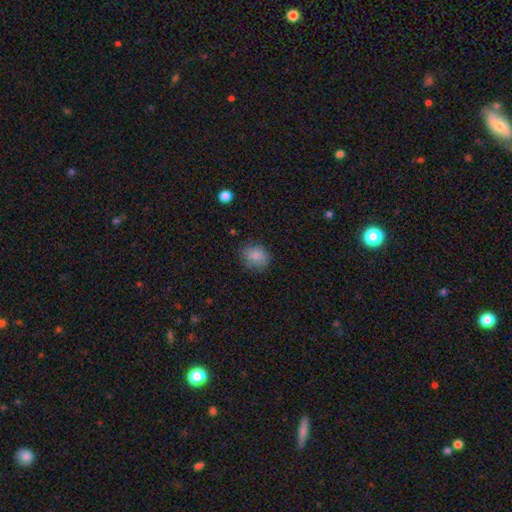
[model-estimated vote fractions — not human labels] Q: Smooth or featured?
A: smooth (83%); runner-up: star or artifact (10%)
Q: How rounded?
A: round (61%); runner-up: in between (38%)
Q: Merging?
A: none (75%); runner-up: minor disturbance (18%)